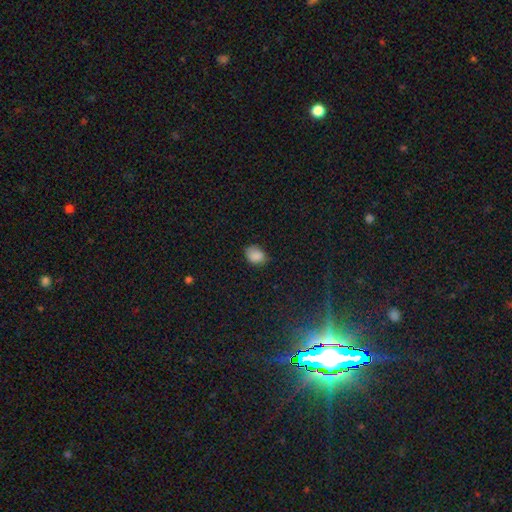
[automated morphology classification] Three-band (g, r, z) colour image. It shows a smooth galaxy with no disk features (86%) that is in between round and cigar-shaped (65%). Merging: none (69%).